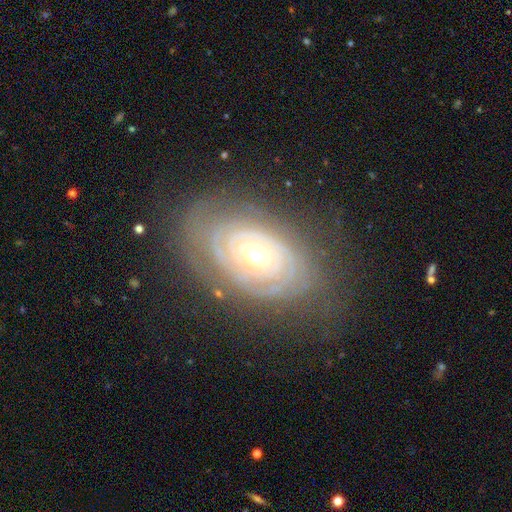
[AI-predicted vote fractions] The model was most divided on "spiral arm count": can't tell: 38%, 2: 23%, 3: 14%, 4: 9%, more than 4: 9%, 1: 7%. More confident: edge-on disk — no (95%); spiral arms — yes (90%); smooth or featured — featured or disk (85%); spiral winding — tight (84%); bar — no (79%); merging — none (74%); bulge size — moderate (71%).